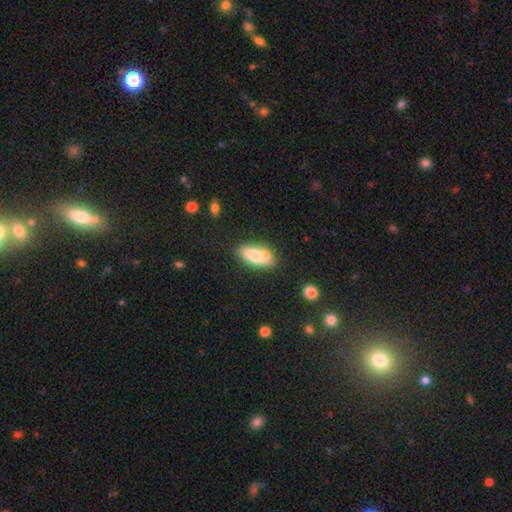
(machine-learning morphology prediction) Smooth or featured?
  - smooth: 78% *
  - featured or disk: 15%
  - star or artifact: 7%
How rounded?
  - in between: 89% *
  - cigar-shaped: 8%
  - round: 3%
Merging?
  - none: 62% *
  - minor disturbance: 20%
  - merger: 13%
  - major disturbance: 5%